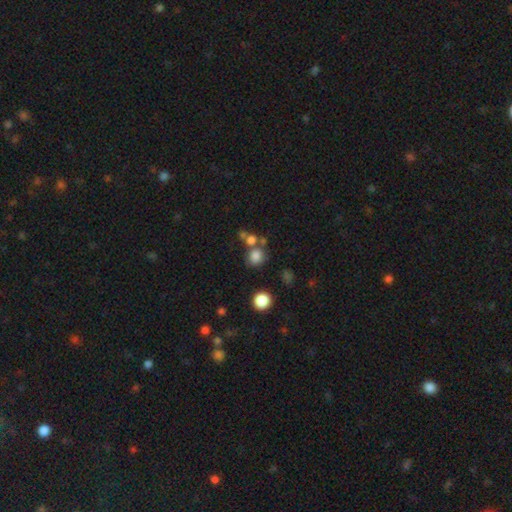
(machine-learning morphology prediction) A smooth galaxy with no disk features (78%) that is round (79%). Merging: none (59%).